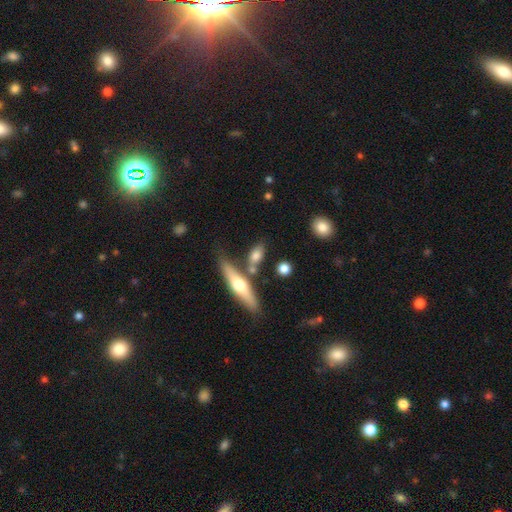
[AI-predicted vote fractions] smooth 67%, featured or disk 26%, star or artifact 8%. Down the decision tree: how rounded — in between (63%); merging — none (61%).